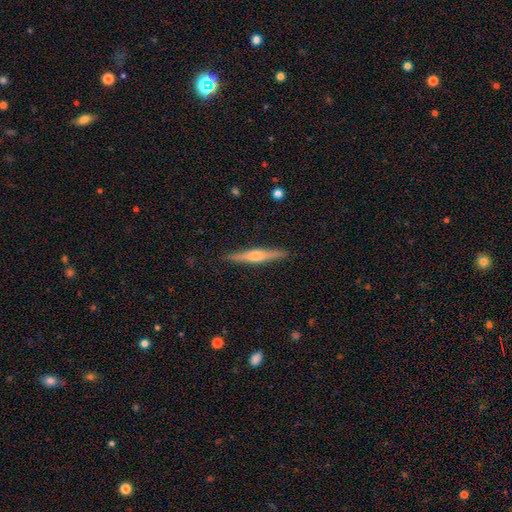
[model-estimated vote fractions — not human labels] Smooth or featured? Predicted: featured or disk (p=0.67). Edge-on disk? Predicted: yes (p=0.98). Edge-on bulge? Predicted: rounded (p=0.86). Merging? Predicted: none (p=0.91).